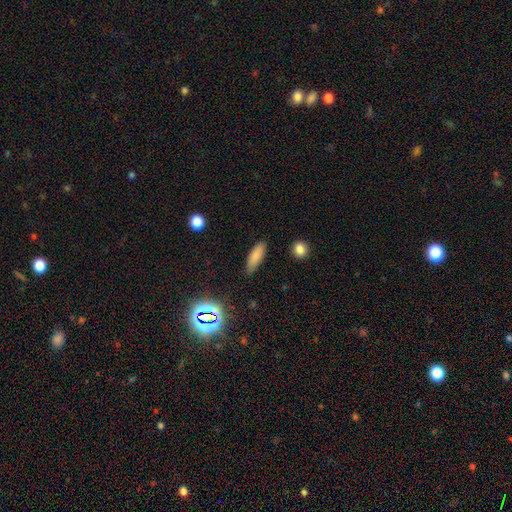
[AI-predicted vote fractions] Smooth or featured?
  - smooth: 82% *
  - star or artifact: 9%
  - featured or disk: 9%
How rounded?
  - in between: 59% *
  - cigar-shaped: 39%
  - round: 2%
Merging?
  - none: 81% *
  - minor disturbance: 15%
  - major disturbance: 3%
  - merger: 2%